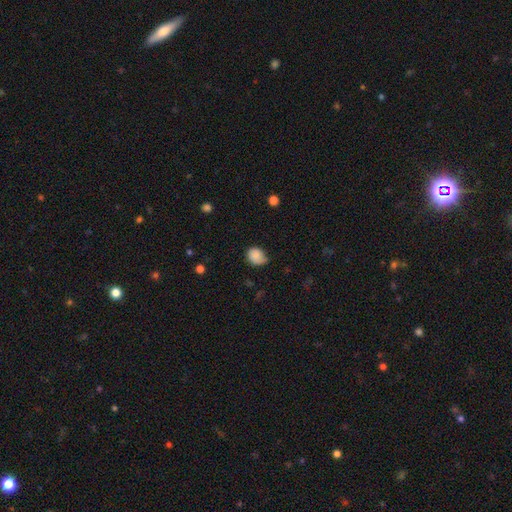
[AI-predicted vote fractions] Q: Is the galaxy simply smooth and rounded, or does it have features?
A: smooth — 86%.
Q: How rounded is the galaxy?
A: round — 52%.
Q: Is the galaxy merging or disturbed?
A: none — 54%.